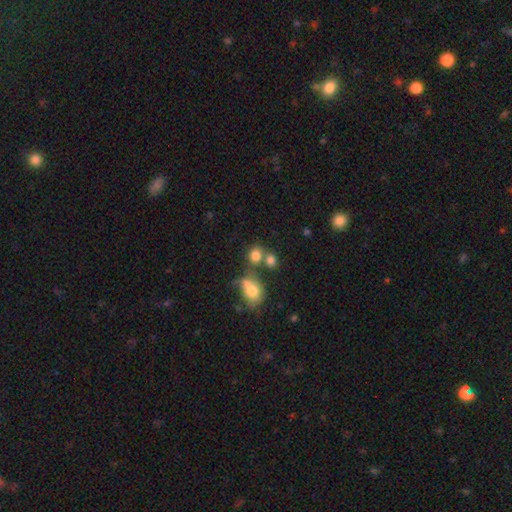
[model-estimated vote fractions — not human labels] This appears to be a smooth galaxy with no disk features (78%) that is round (69%). Merging: none (48%).